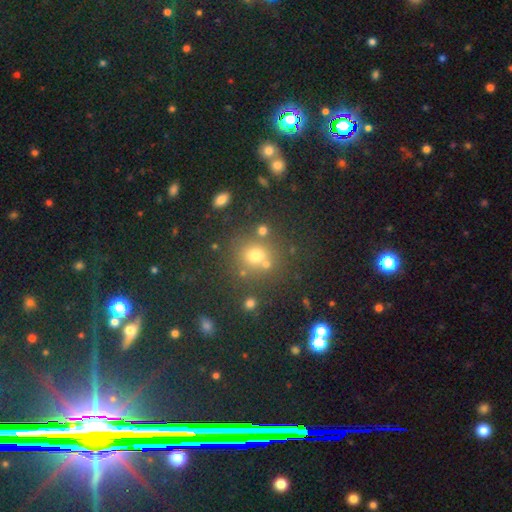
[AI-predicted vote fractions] smooth-or-featured: smooth: 68% | star or artifact: 22% | featured or disk: 10%
  how-rounded: round: 83% | in between: 16% | cigar-shaped: 1%
  merging: none: 70% | merger: 15% | minor disturbance: 11% | major disturbance: 5%